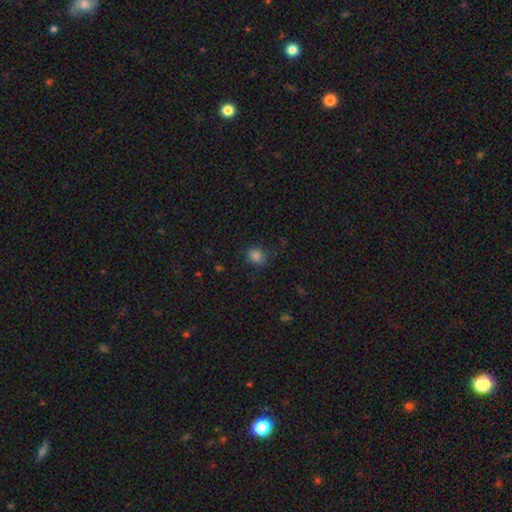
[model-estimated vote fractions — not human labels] A smooth galaxy with no disk features (83%) that is round (77%).

Vote fractions:
- Smooth or featured? smooth: 83% / star or artifact: 13% / featured or disk: 4%
- How rounded? round: 77% / in between: 22% / cigar-shaped: 1%
- Merging? none: 76% / minor disturbance: 17% / major disturbance: 6% / merger: 1%